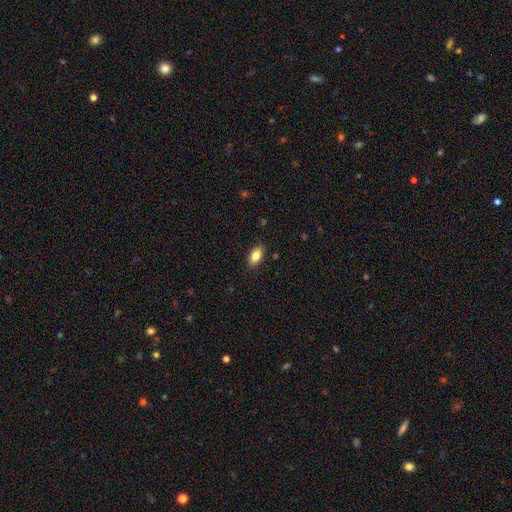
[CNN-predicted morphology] The model was most divided on "smooth or featured": smooth: 81%, featured or disk: 12%, star or artifact: 8%. More confident: how rounded — in between (89%); merging — none (87%).